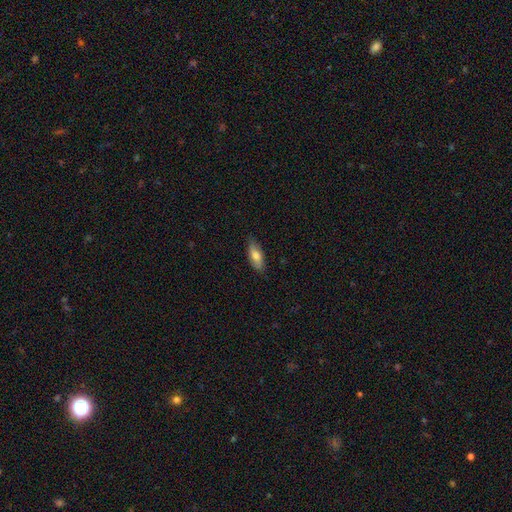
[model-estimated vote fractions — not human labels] A smooth galaxy with no disk features (73%) that is in between round and cigar-shaped (76%). Merging: none (83%).